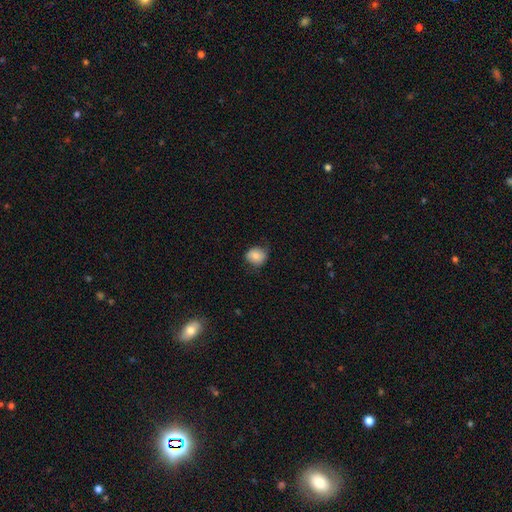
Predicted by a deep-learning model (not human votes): Smooth or featured? Predicted: smooth (p=0.81). How rounded? Predicted: round (p=0.73). Merging? Predicted: none (p=0.69).